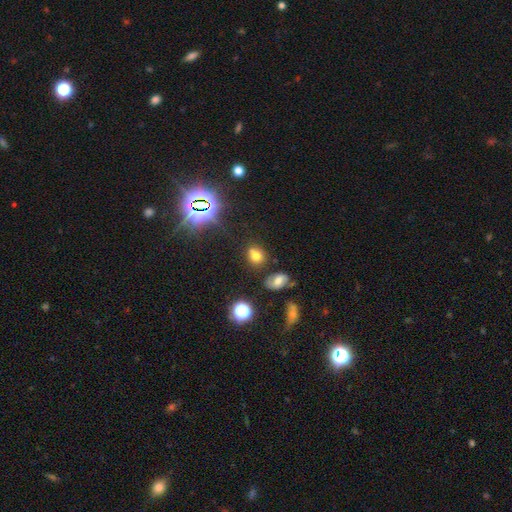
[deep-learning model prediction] This is likely a smooth galaxy (65%). How rounded: possibly round (57%). Merging: likely none (66%).